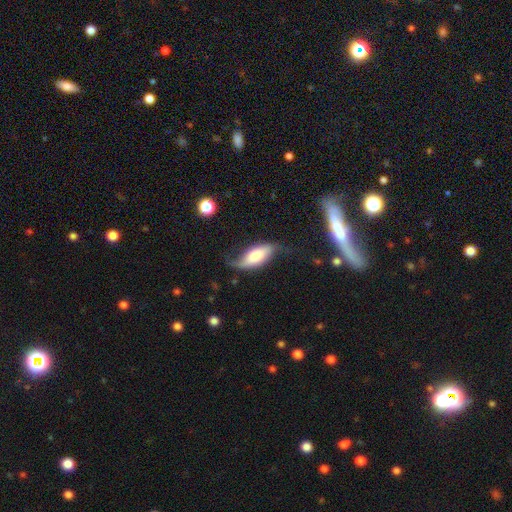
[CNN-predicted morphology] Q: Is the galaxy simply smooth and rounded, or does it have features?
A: featured or disk — 52%.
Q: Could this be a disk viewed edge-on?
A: no — 80%.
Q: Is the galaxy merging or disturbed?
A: none — 46%.